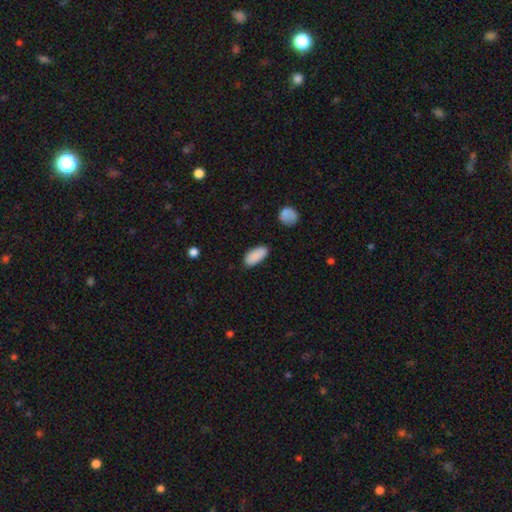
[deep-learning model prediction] Overall: smooth (89%). How rounded: in between (89%). Merging: none (85%).